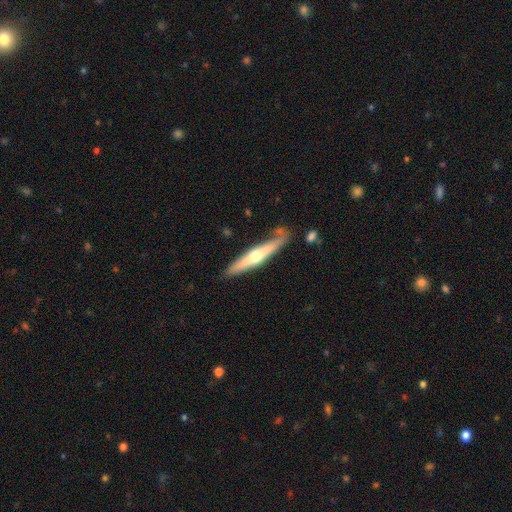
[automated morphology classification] smooth_or_featured: featured or disk (p=0.53) [alt: smooth p=0.42]
disk_edge_on: yes (p=0.91) [alt: no p=0.09]
merging: none (p=0.71) [alt: minor disturbance p=0.18]